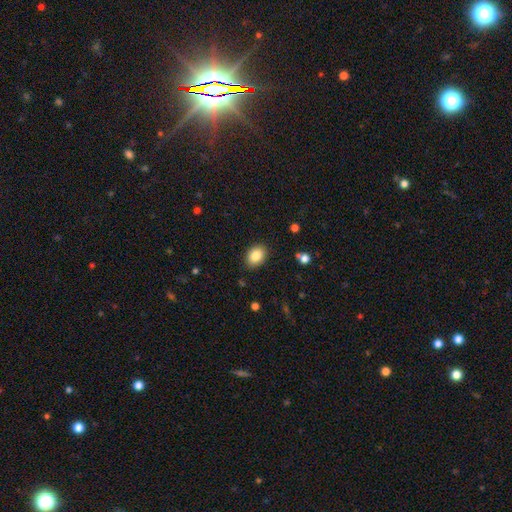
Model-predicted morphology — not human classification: This is clearly a smooth galaxy (85%). How rounded: likely in between (71%). Merging: clearly none (88%).